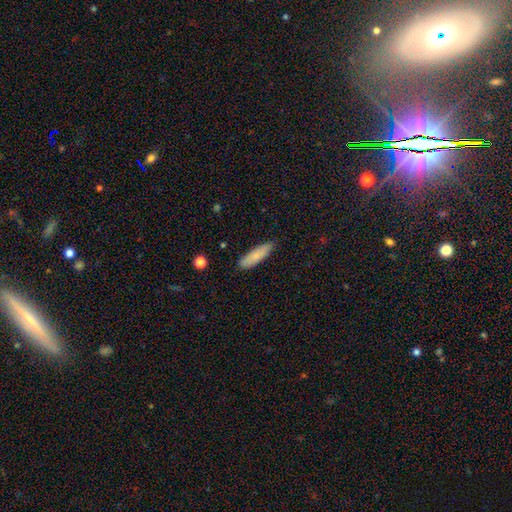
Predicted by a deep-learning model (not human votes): Smooth or featured: smooth — 80% (featured or disk — 14%)
How rounded: cigar-shaped — 60% (in between — 38%)
Merging: none — 82% (minor disturbance — 14%)